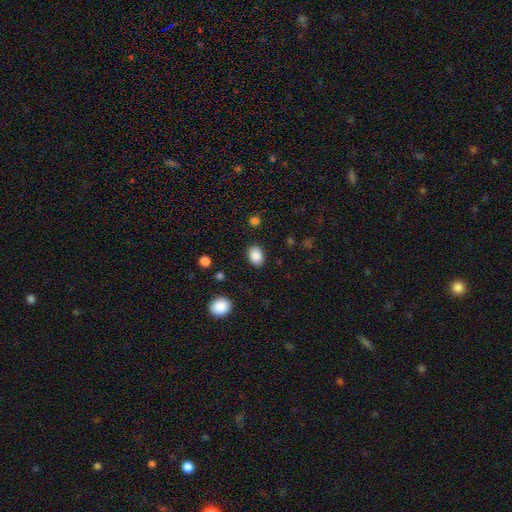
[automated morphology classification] This appears to be a smooth galaxy with no disk features (87%) that is in between round and cigar-shaped (72%). Merging: none (87%).